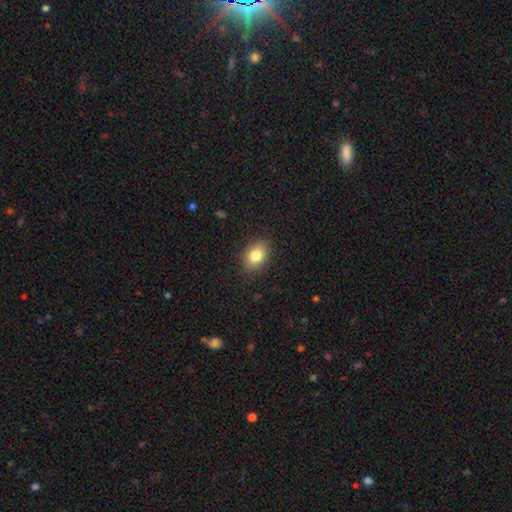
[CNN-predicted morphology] Smooth or featured?
  - smooth: 82% *
  - featured or disk: 9%
  - star or artifact: 9%
How rounded?
  - in between: 74% *
  - round: 25%
  - cigar-shaped: 1%
Merging?
  - none: 87% *
  - minor disturbance: 9%
  - major disturbance: 2%
  - merger: 1%